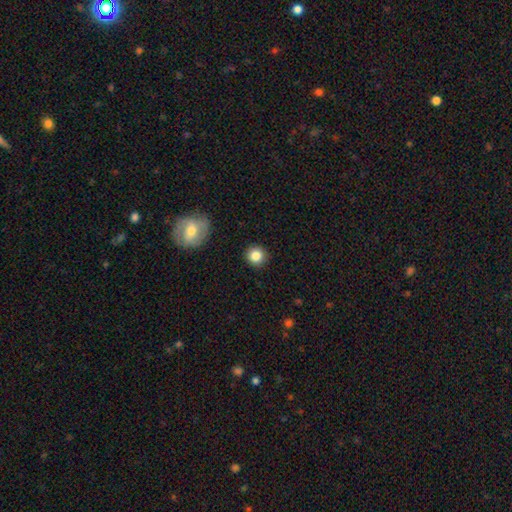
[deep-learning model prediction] smooth 84%, star or artifact 10%, featured or disk 6%. Down the decision tree: how rounded — round (93%); merging — none (91%).